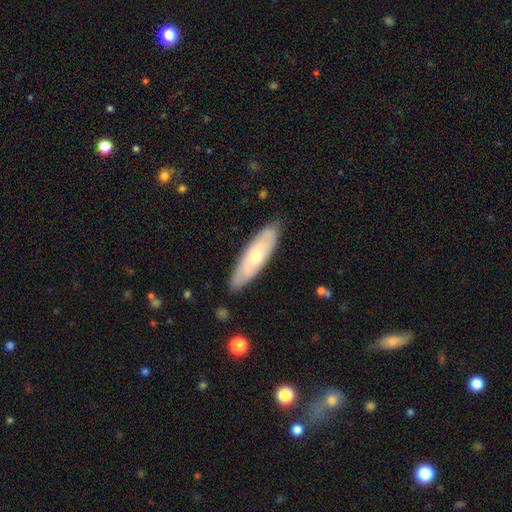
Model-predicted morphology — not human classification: Q: Smooth or featured?
A: smooth (54%); runner-up: featured or disk (41%)
Q: How rounded?
A: cigar-shaped (57%); runner-up: in between (41%)
Q: Merging?
A: none (86%); runner-up: minor disturbance (11%)